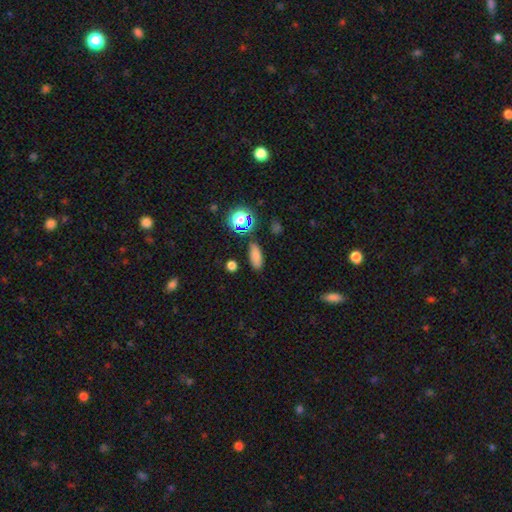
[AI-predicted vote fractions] smooth-or-featured: smooth: 77% | star or artifact: 17% | featured or disk: 6%
  how-rounded: in between: 74% | cigar-shaped: 18% | round: 8%
  merging: none: 83% | minor disturbance: 10% | merger: 3% | major disturbance: 3%